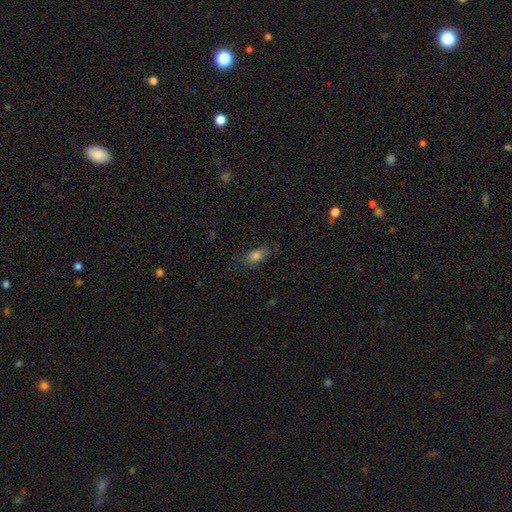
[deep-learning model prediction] Morphology: type=smooth (77%); roundness=in between (82%); merging=none (71%).